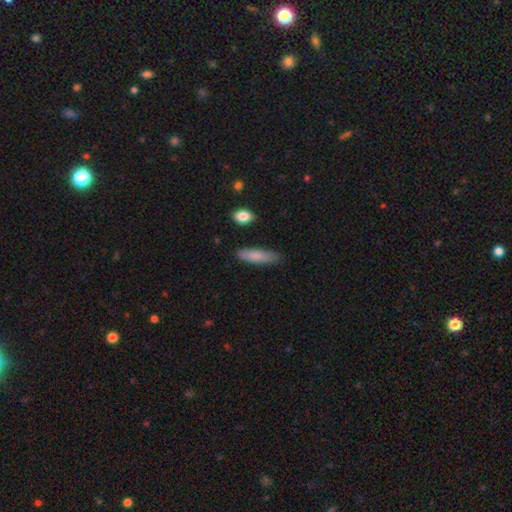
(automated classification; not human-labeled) A smooth galaxy with no disk features (82%) that is cigar-shaped (67%).

Vote fractions:
- Smooth or featured? smooth: 82% / featured or disk: 11% / star or artifact: 6%
- How rounded? cigar-shaped: 67% / in between: 31% / round: 2%
- Merging? none: 82% / minor disturbance: 14% / major disturbance: 2% / merger: 2%